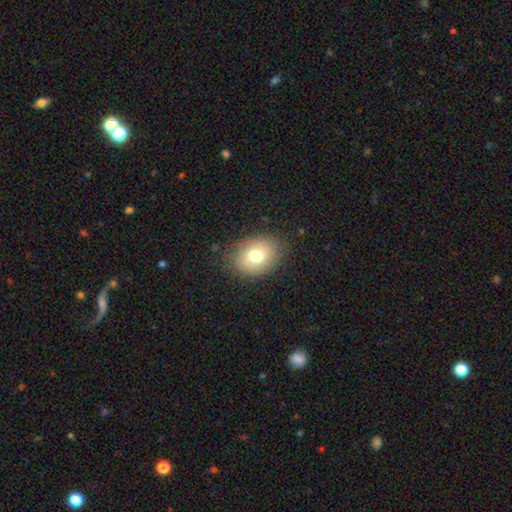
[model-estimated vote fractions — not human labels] Morphology: type=smooth (72%); roundness=in between (66%); merging=none (81%).